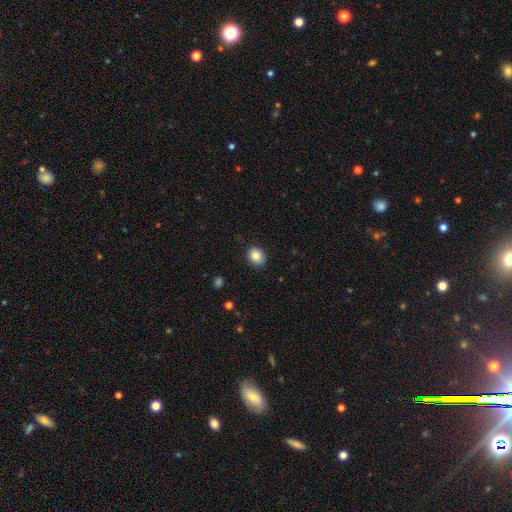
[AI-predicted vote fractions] This is clearly a smooth galaxy (85%). How rounded: possibly round (57%). Merging: clearly none (87%).